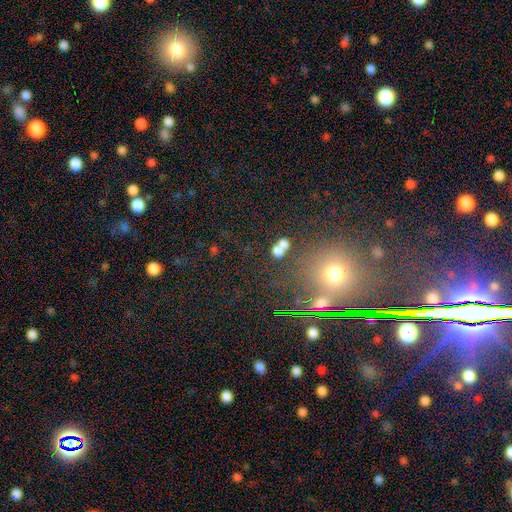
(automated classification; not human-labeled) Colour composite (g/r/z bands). It shows a star or artifact, not a galaxy (61%).